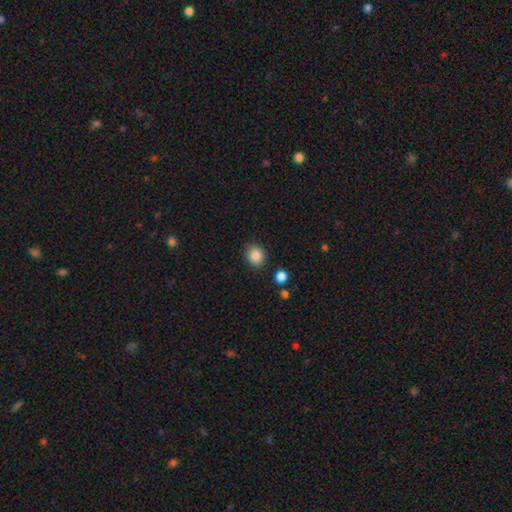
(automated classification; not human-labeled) Morphology: type=smooth (85%); roundness=round (76%); merging=none (88%).